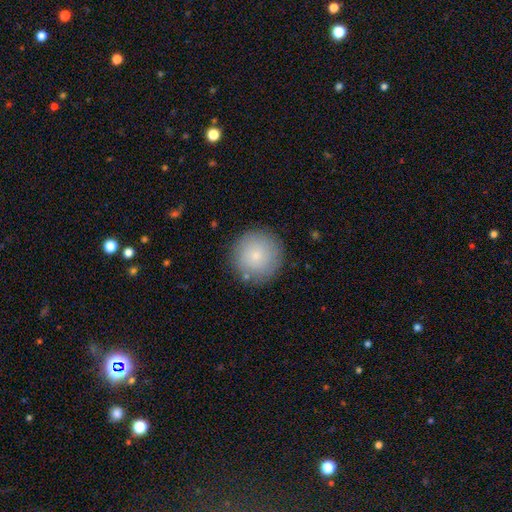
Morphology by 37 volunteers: type=smooth (89%); roundness=round (94%); merging=none (83%).